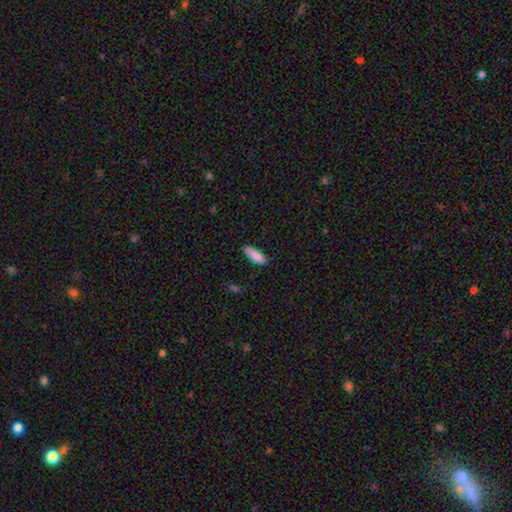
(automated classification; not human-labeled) Smooth or featured?
  - smooth: 86% *
  - featured or disk: 8%
  - star or artifact: 6%
How rounded?
  - cigar-shaped: 52% *
  - in between: 47%
  - round: 2%
Merging?
  - none: 82% *
  - minor disturbance: 14%
  - major disturbance: 2%
  - merger: 1%